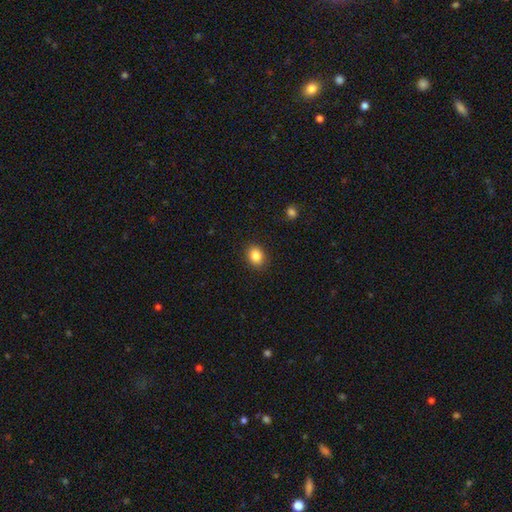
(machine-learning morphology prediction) Smooth or featured?
  - smooth: 85% *
  - star or artifact: 10%
  - featured or disk: 5%
How rounded?
  - in between: 53% *
  - round: 47%
  - cigar-shaped: 1%
Merging?
  - none: 88% *
  - minor disturbance: 8%
  - major disturbance: 2%
  - merger: 1%